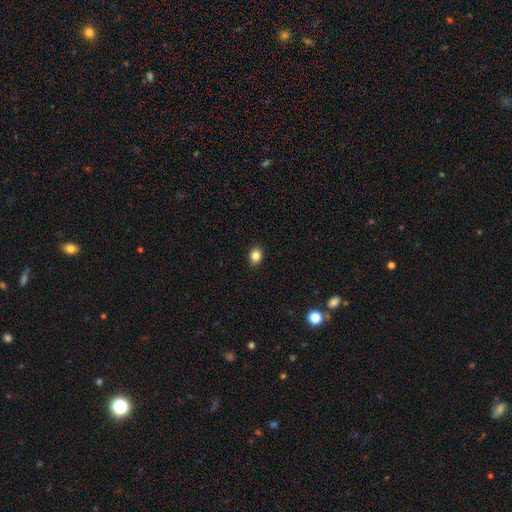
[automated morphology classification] smooth-or-featured: smooth: 84% | star or artifact: 10% | featured or disk: 6%
  how-rounded: in between: 52% | round: 47% | cigar-shaped: 1%
  merging: none: 89% | minor disturbance: 8% | major disturbance: 2% | merger: 1%